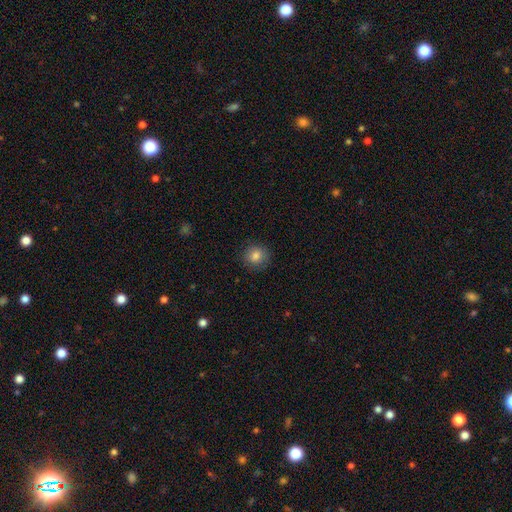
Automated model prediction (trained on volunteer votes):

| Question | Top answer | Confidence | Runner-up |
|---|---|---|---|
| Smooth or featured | smooth | 82% | star or artifact (10%) |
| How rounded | round | 87% | in between (12%) |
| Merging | none | 87% | minor disturbance (9%) |